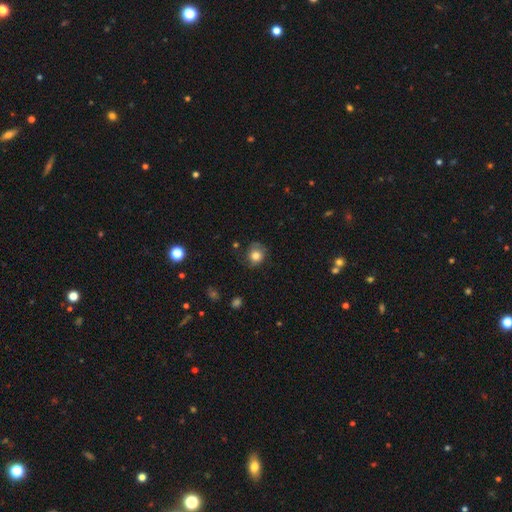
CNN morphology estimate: smooth 75%, featured or disk 14%, star or artifact 10%. Down the decision tree: how rounded — round (78%); merging — none (64%).